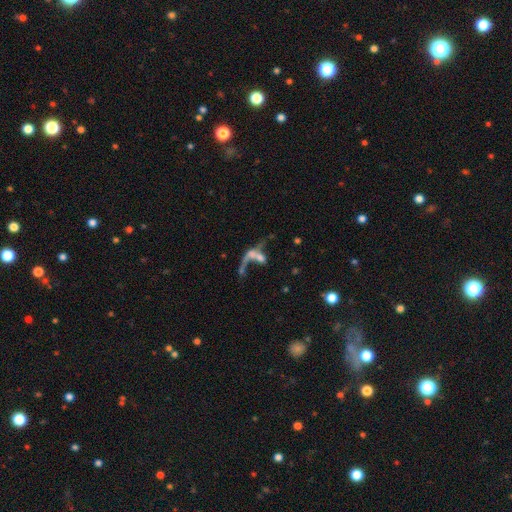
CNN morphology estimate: This appears to be a featured or disk galaxy (51%). Merging: merger (47%).